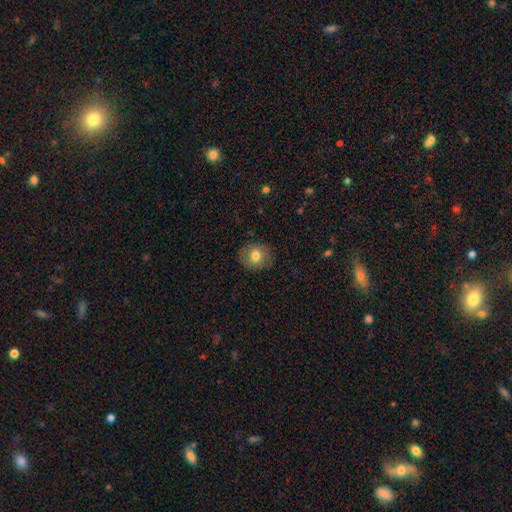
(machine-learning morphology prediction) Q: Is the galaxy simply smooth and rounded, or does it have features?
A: smooth — 75%.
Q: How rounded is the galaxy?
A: round — 77%.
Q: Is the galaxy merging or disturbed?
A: none — 87%.